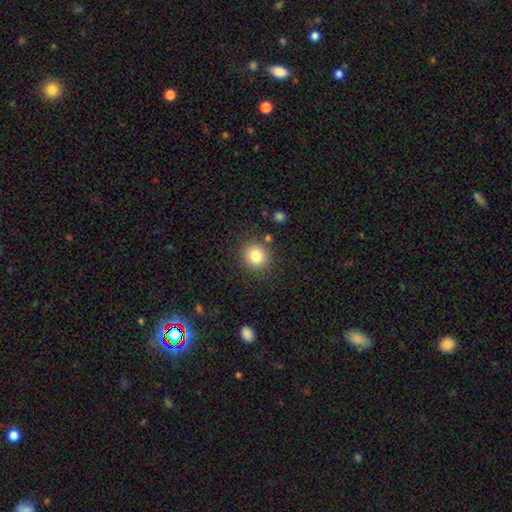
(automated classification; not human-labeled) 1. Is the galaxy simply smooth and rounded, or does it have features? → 81% smooth, 11% star or artifact, 8% featured or disk.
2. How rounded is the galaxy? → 80% round, 19% in between, 1% cigar-shaped.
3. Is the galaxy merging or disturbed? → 85% none, 9% minor disturbance, 3% merger, 3% major disturbance.